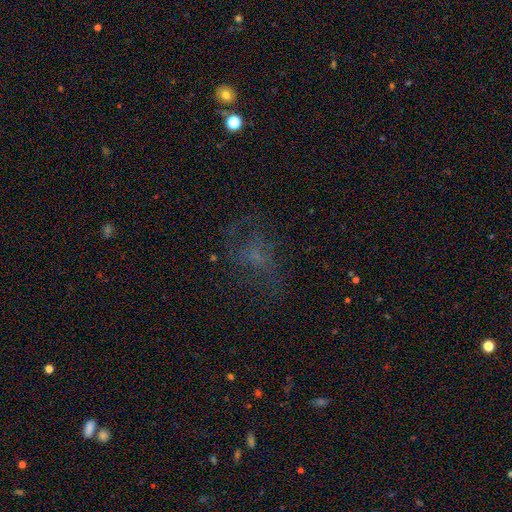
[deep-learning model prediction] smooth-or-featured: featured or disk: 41% | smooth: 32% | star or artifact: 27%
  merging: none: 48% | major disturbance: 31% | minor disturbance: 18% | merger: 2%